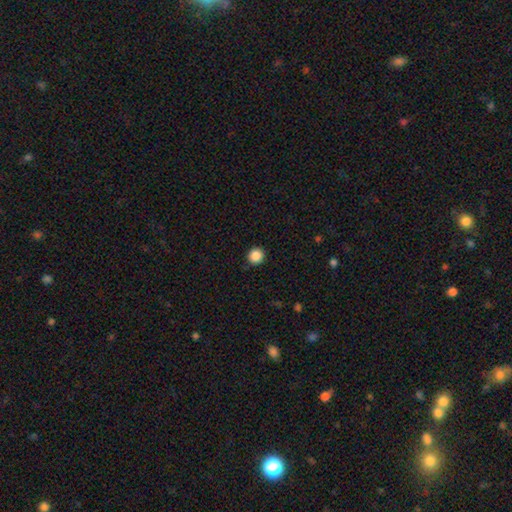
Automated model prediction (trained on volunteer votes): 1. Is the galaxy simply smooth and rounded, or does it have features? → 87% smooth, 10% star or artifact, 3% featured or disk.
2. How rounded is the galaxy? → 94% round, 5% in between, 1% cigar-shaped.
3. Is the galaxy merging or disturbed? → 91% none, 6% minor disturbance, 2% major disturbance, 1% merger.